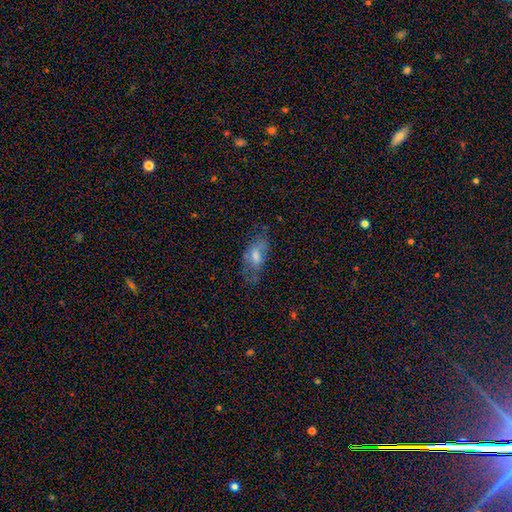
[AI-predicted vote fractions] The model was most divided on "smooth or featured": smooth: 51%, featured or disk: 37%, star or artifact: 13%. More confident: how rounded — in between (83%); merging — none (56%).